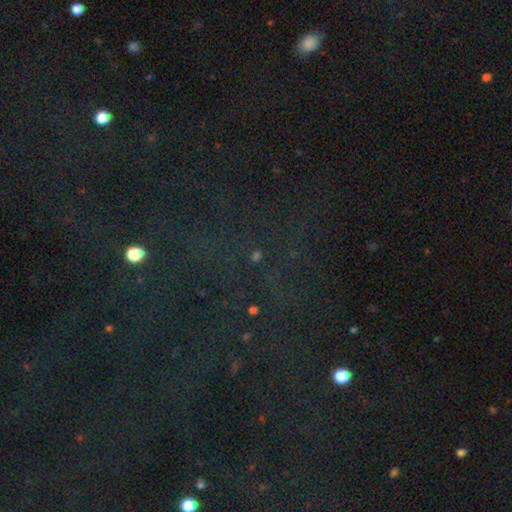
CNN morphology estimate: star or artifact 72%, smooth 19%, featured or disk 9%.